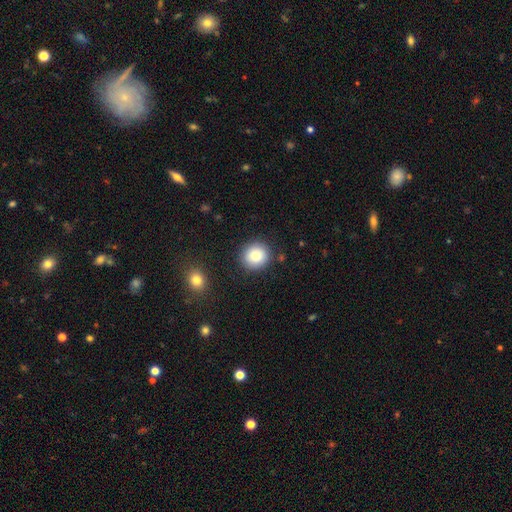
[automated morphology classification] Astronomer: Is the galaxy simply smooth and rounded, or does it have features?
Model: smooth — 86%.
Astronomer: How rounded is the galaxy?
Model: round — 90%.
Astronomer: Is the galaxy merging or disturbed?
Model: none — 87%.